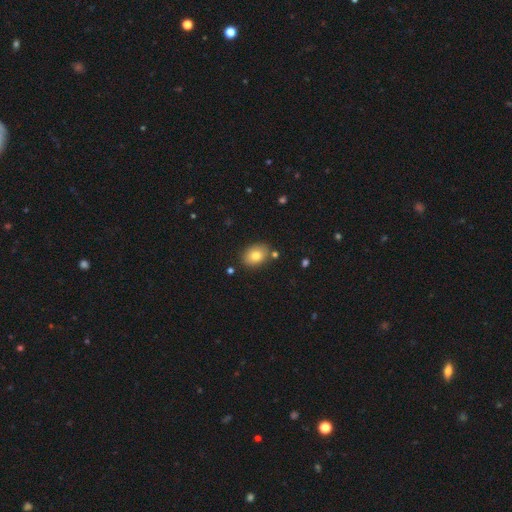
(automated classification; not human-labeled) A smooth galaxy with no disk features (79%) that is in between round and cigar-shaped (75%). Merging: none (82%).